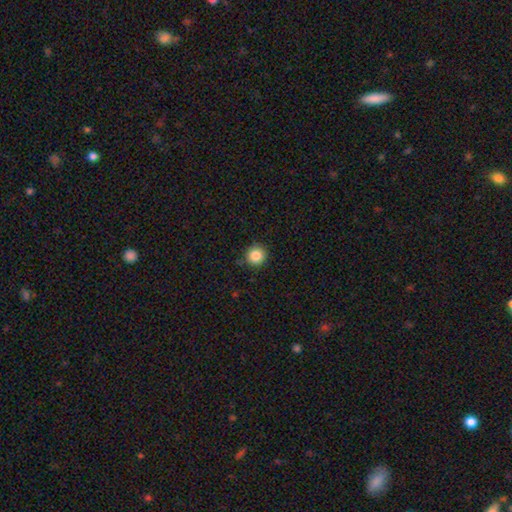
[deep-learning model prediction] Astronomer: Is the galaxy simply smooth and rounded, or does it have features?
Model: smooth — 85%.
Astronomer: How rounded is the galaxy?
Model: round — 95%.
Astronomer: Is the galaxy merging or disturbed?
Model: none — 89%.